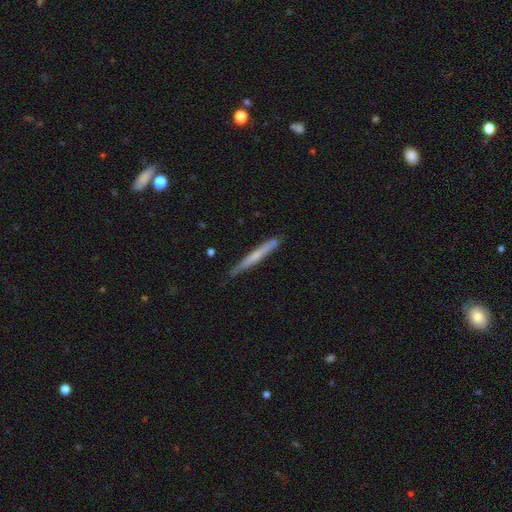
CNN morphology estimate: smooth 54%, featured or disk 41%, star or artifact 6%. Down the decision tree: how rounded — cigar-shaped (97%); merging — none (81%).